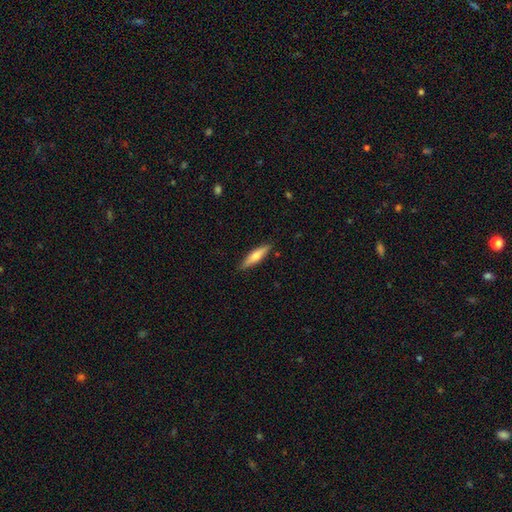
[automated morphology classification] A smooth galaxy with no disk features (59%) that is cigar-shaped (77%). Merging: none (88%).